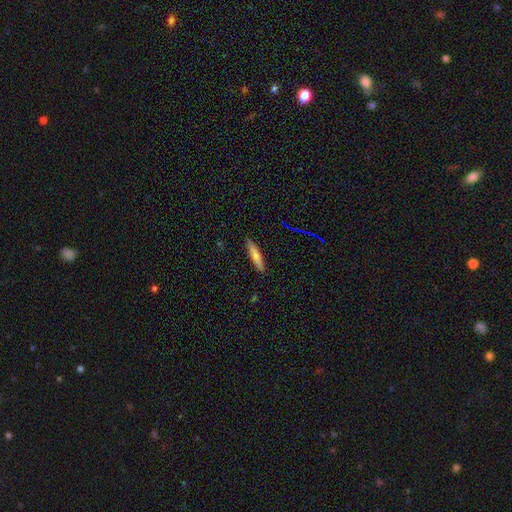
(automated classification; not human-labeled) Smooth or featured?
  - smooth: 71% *
  - featured or disk: 21%
  - star or artifact: 8%
How rounded?
  - cigar-shaped: 82% *
  - in between: 17%
  - round: 2%
Merging?
  - none: 88% *
  - minor disturbance: 9%
  - major disturbance: 2%
  - merger: 1%